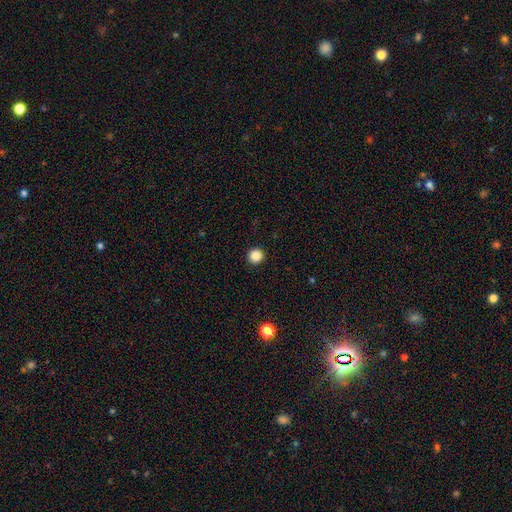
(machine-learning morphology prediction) smooth_or_featured: smooth (p=0.87) [alt: star or artifact p=0.11]
how_rounded: round (p=0.95) [alt: in between p=0.04]
merging: none (p=0.93) [alt: minor disturbance p=0.04]